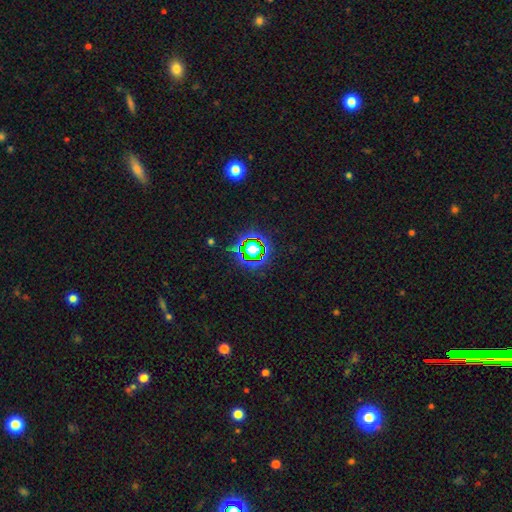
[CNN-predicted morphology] smooth-or-featured: star or artifact: 75% | smooth: 17% | featured or disk: 8%